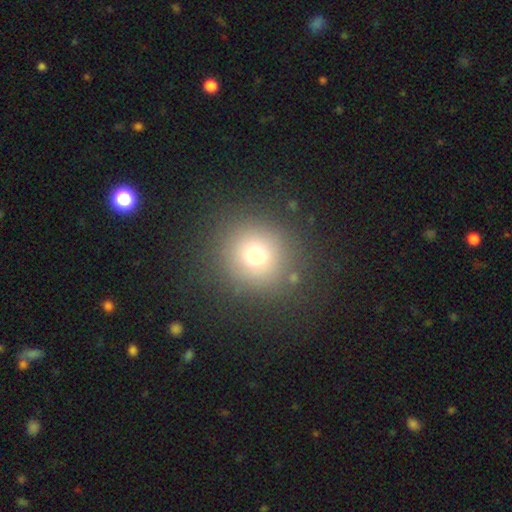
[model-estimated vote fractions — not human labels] Smooth or featured?
  - smooth: 71% *
  - star or artifact: 17%
  - featured or disk: 11%
How rounded?
  - round: 91% *
  - in between: 8%
  - cigar-shaped: 1%
Merging?
  - none: 85% *
  - minor disturbance: 8%
  - major disturbance: 5%
  - merger: 2%